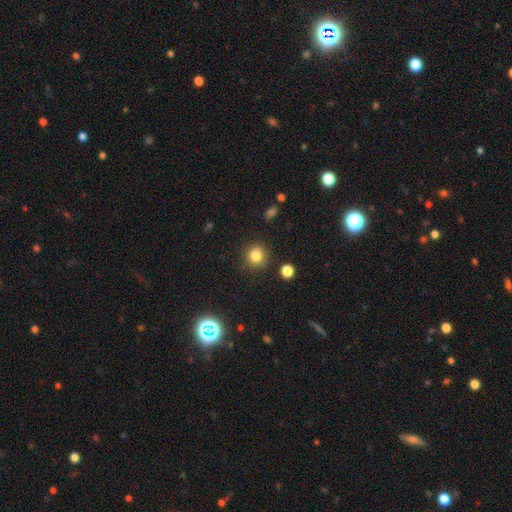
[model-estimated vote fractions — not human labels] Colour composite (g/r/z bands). It shows a smooth galaxy with no disk features (81%) that is round (87%). Merging: none (85%).